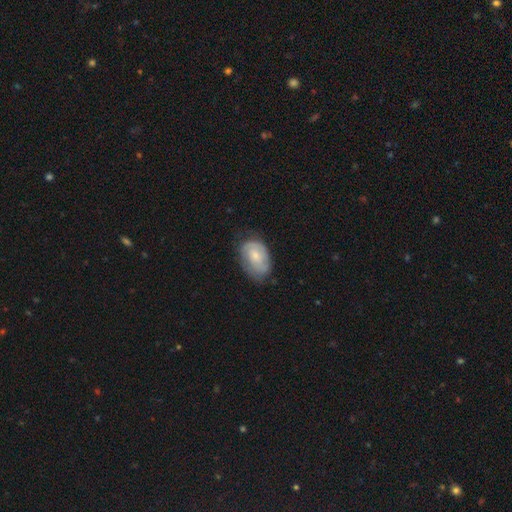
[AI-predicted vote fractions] smooth-or-featured: smooth: 48% | featured or disk: 46% | star or artifact: 7%
  merging: none: 60% | minor disturbance: 29% | major disturbance: 9% | merger: 1%